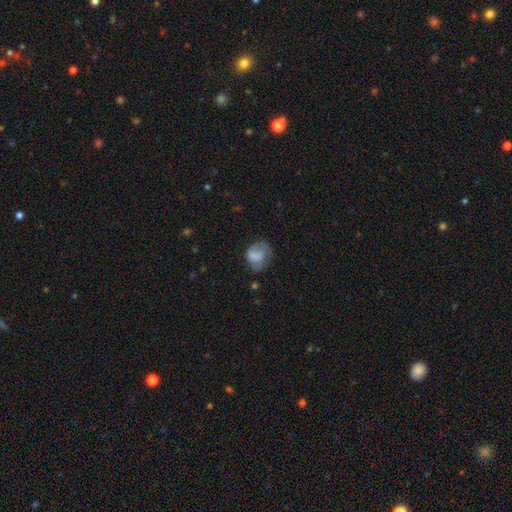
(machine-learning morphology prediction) Smooth or featured?
  - smooth: 68% *
  - featured or disk: 22%
  - star or artifact: 9%
How rounded?
  - round: 55% *
  - in between: 44%
  - cigar-shaped: 1%
Merging?
  - none: 44% *
  - minor disturbance: 30%
  - major disturbance: 24%
  - merger: 3%